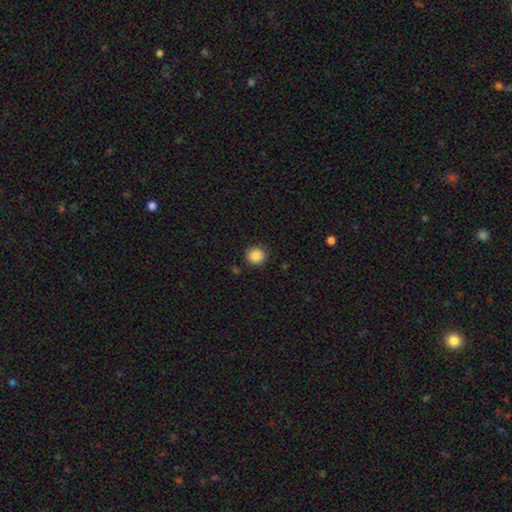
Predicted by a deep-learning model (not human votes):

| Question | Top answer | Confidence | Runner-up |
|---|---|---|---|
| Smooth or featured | smooth | 87% | star or artifact (10%) |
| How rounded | round | 91% | in between (8%) |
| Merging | none | 89% | minor disturbance (7%) |